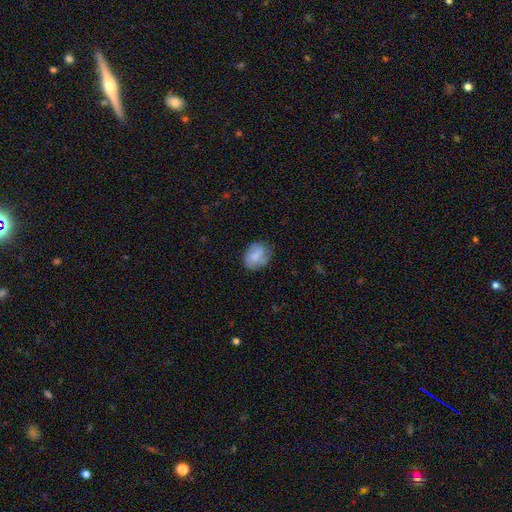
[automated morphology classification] Smooth or featured? Predicted: smooth (p=0.72). How rounded? Predicted: in between (p=0.56). Merging? Predicted: none (p=0.60).